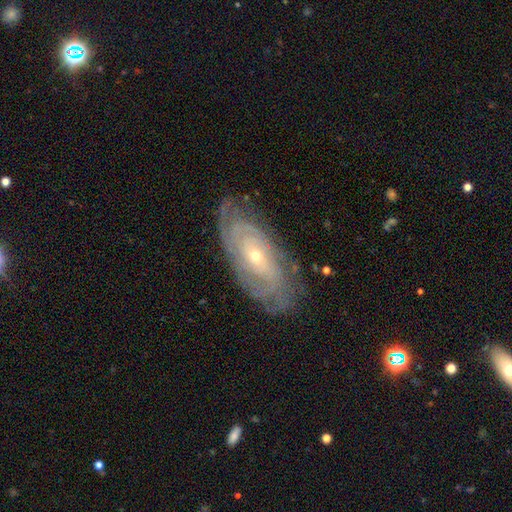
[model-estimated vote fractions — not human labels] Smooth or featured: featured or disk — 84% (smooth — 9%)
Edge-on disk: no — 91% (yes — 9%)
Bar: no — 69% (weak — 23%)
Spiral arms: yes — 94% (no — 6%)
Spiral winding: tight — 78% (medium — 17%)
Spiral arm count: can't tell — 43% (2 — 18%)
Bulge size: small — 66% (moderate — 31%)
Merging: none — 78% (minor disturbance — 16%)